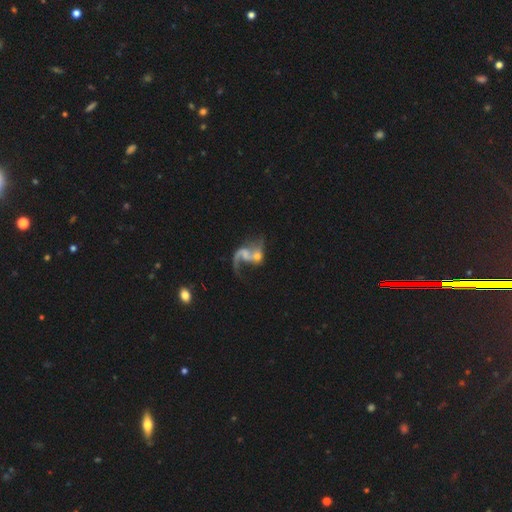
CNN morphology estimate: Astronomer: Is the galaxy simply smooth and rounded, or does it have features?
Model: featured or disk — 78%.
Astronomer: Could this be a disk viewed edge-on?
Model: no — 97%.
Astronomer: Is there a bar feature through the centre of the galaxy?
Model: no — 50% (runner-up: weak, 37%).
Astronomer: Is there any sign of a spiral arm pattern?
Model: yes — 83%.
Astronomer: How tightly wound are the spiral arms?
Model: loose — 82%.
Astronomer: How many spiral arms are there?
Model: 2 — 66%.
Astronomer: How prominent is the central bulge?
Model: small — 44% (runner-up: moderate, 29%).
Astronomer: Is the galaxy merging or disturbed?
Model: merger — 50%.